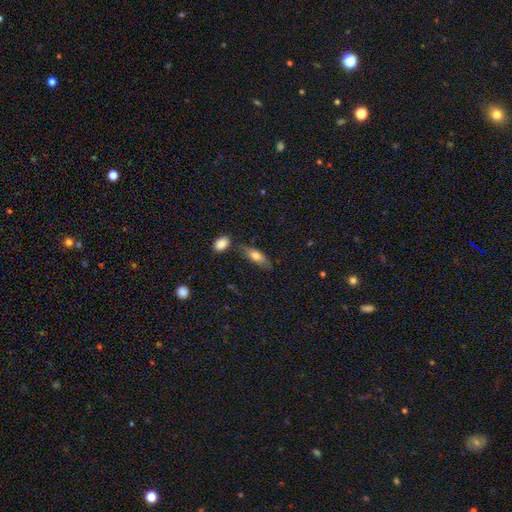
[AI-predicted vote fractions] This is likely a smooth galaxy (75%). How rounded: likely in between (75%). Merging: likely none (69%).